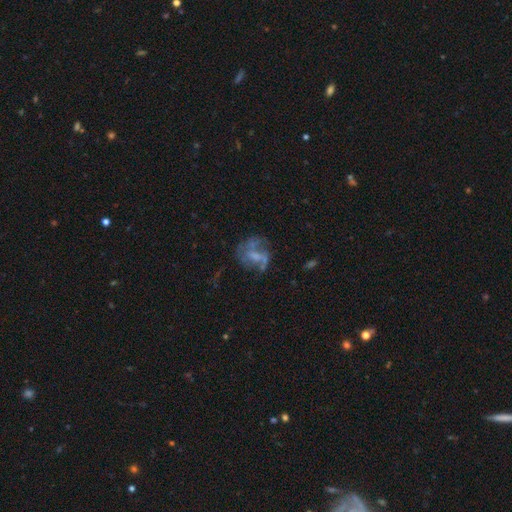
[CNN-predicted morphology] This appears to be a featured or disk galaxy (60%) with no bar (54%), spiral arms (50%, tied with no) and no central bulge (37%). Merging: none (44%).